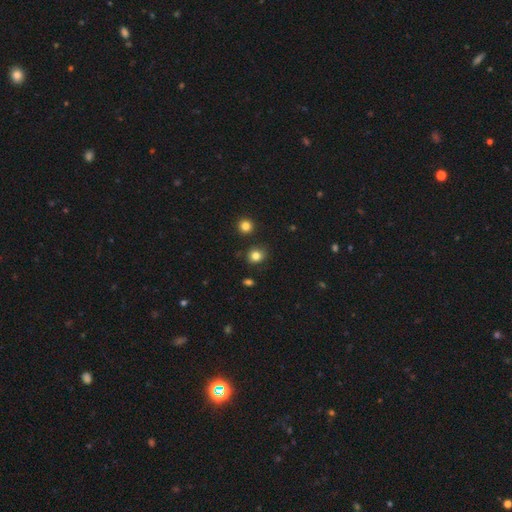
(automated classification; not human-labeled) This is clearly a smooth galaxy (82%). How rounded: likely round (75%). Merging: clearly none (84%).